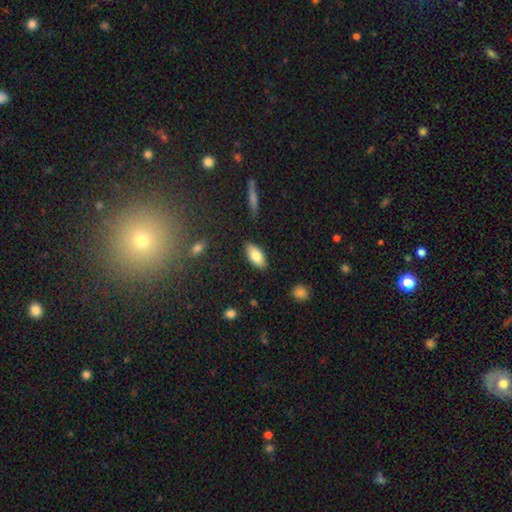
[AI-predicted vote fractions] A smooth galaxy with no disk features (80%) that is in between round and cigar-shaped (90%). Merging: none (87%).